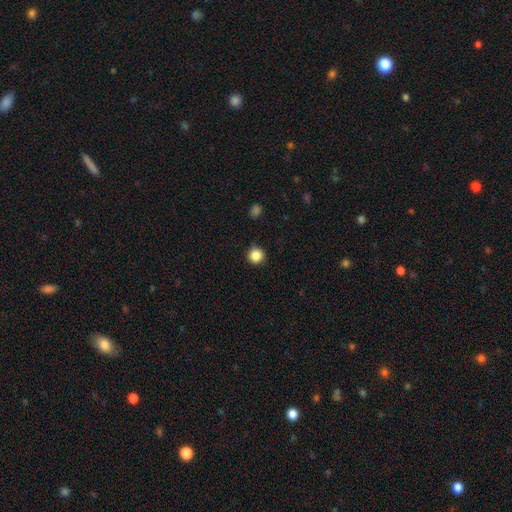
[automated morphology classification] smooth_or_featured: smooth (p=0.86) [alt: star or artifact p=0.11]
how_rounded: round (p=0.95) [alt: in between p=0.04]
merging: none (p=0.87) [alt: minor disturbance p=0.09]